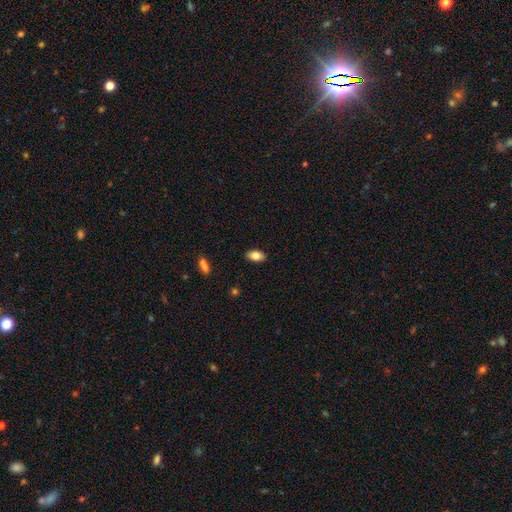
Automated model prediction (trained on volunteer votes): A smooth galaxy with no disk features (81%) that is in between round and cigar-shaped (91%). Merging: none (88%).